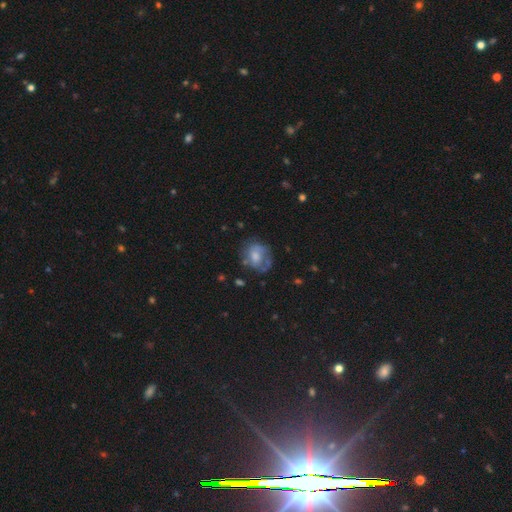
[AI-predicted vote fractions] smooth_or_featured: smooth (p=0.55) [alt: featured or disk p=0.36]
how_rounded: round (p=0.62) [alt: in between p=0.37]
merging: none (p=0.51) [alt: minor disturbance p=0.26]